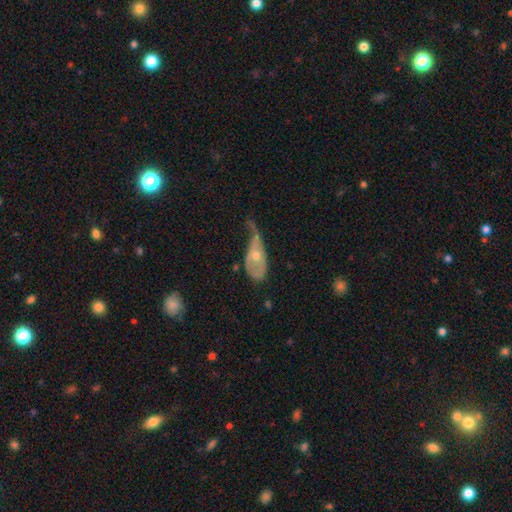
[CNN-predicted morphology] This is possibly a featured or disk galaxy (54%). It is clearly not viewed edge-on (86%). Merging: possibly major disturbance (49%).